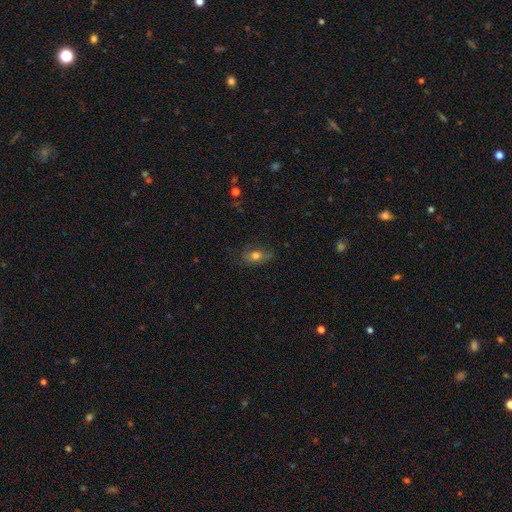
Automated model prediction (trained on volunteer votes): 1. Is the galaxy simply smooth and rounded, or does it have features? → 70% smooth, 19% featured or disk, 11% star or artifact.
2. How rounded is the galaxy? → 79% in between, 16% round, 5% cigar-shaped.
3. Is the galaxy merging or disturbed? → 62% none, 26% minor disturbance, 10% major disturbance, 2% merger.